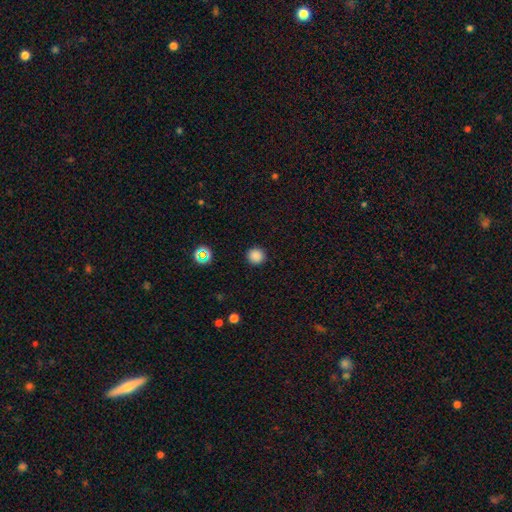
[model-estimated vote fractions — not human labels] Smooth or featured? Predicted: smooth (p=0.84). How rounded? Predicted: round (p=0.94). Merging? Predicted: none (p=0.91).